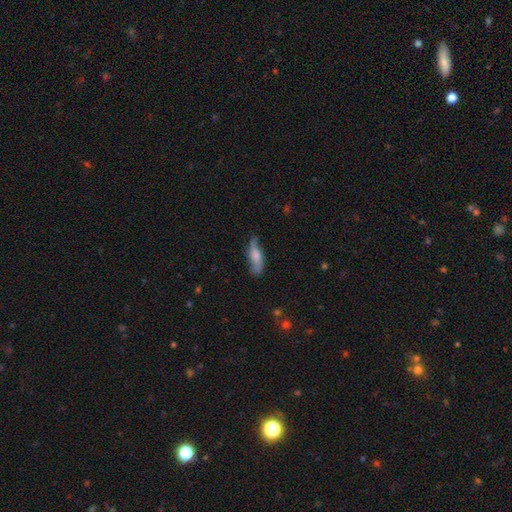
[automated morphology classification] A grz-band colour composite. It shows a featured or disk galaxy (49%). Merging: none (63%).